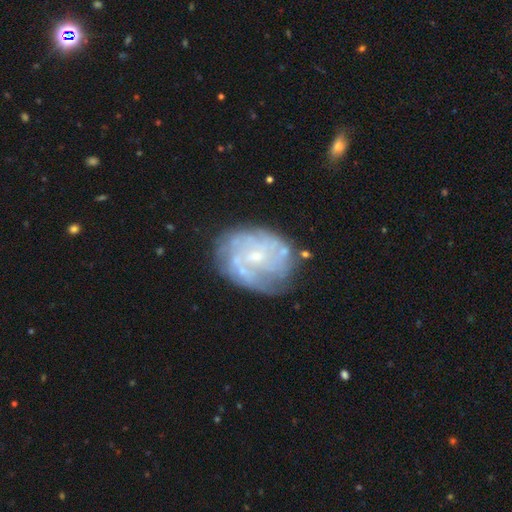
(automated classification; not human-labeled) This is likely a featured or disk galaxy (71%). It is clearly not viewed edge-on (98%). Bar: likely no (66%). Spiral arm pattern: likely yes (62%). Central bulge: likely small (64%). Merging: likely none (63%).